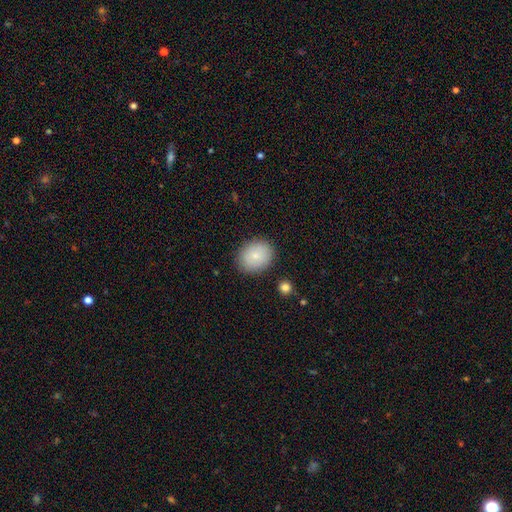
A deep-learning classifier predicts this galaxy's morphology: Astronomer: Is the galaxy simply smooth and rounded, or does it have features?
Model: smooth — 83%.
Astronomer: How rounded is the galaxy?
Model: round — 51% (runner-up: in between, 48%).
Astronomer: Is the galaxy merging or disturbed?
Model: none — 86%.